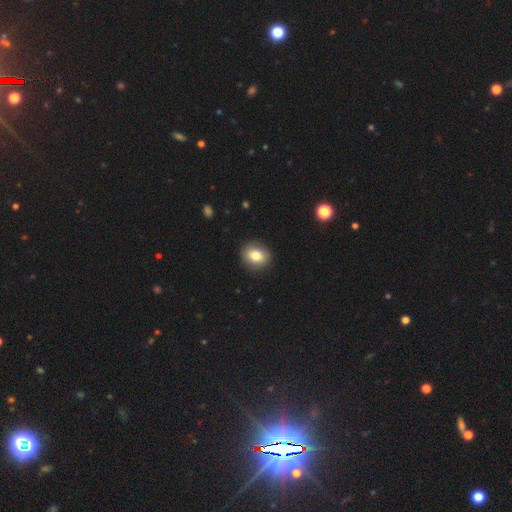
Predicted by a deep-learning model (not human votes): A smooth galaxy with no disk features (79%) that is round (63%).

Vote fractions:
- Smooth or featured? smooth: 79% / featured or disk: 12% / star or artifact: 9%
- How rounded? round: 63% / in between: 36% / cigar-shaped: 1%
- Merging? none: 89% / minor disturbance: 8% / major disturbance: 2% / merger: 1%